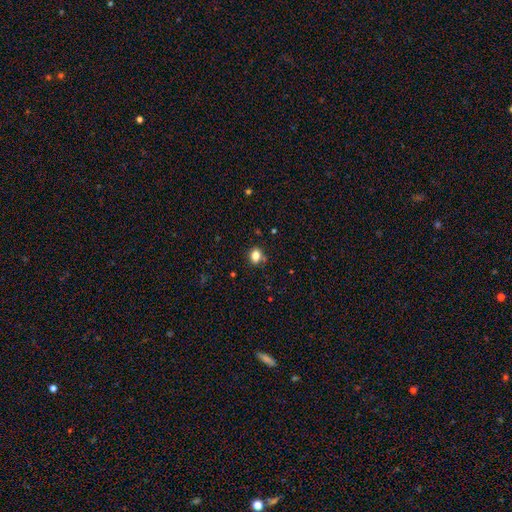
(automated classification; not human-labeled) This is clearly a smooth galaxy (82%). How rounded: possibly in between (50%). Merging: likely none (76%).